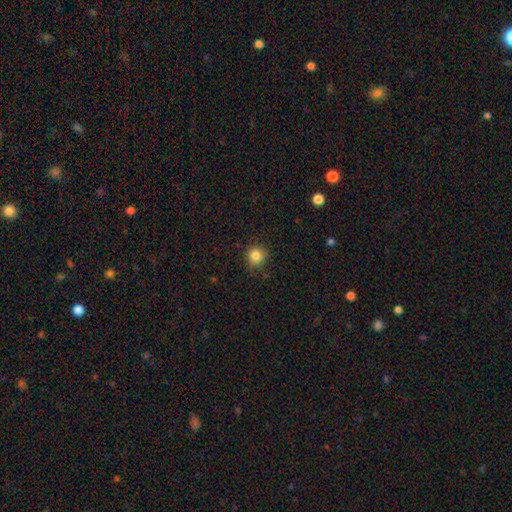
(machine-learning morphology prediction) A smooth galaxy with no disk features (84%) that is round (90%).

Vote fractions:
- Smooth or featured? smooth: 84% / star or artifact: 11% / featured or disk: 5%
- How rounded? round: 90% / in between: 9% / cigar-shaped: 1%
- Merging? none: 85% / minor disturbance: 11% / major disturbance: 3% / merger: 1%